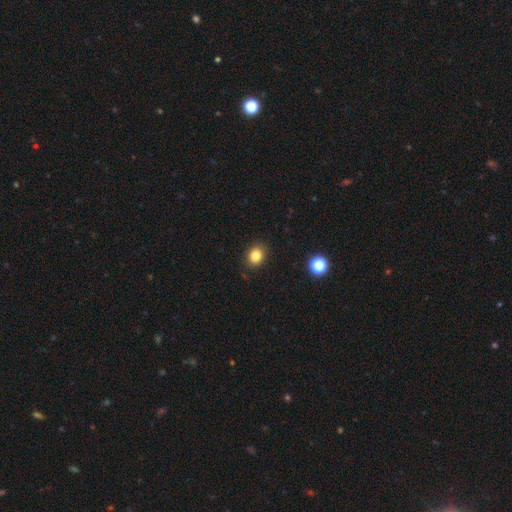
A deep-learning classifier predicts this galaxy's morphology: smooth-or-featured: smooth: 83% | star or artifact: 12% | featured or disk: 6%
  how-rounded: round: 61% | in between: 38% | cigar-shaped: 1%
  merging: none: 87% | minor disturbance: 9% | major disturbance: 2% | merger: 1%